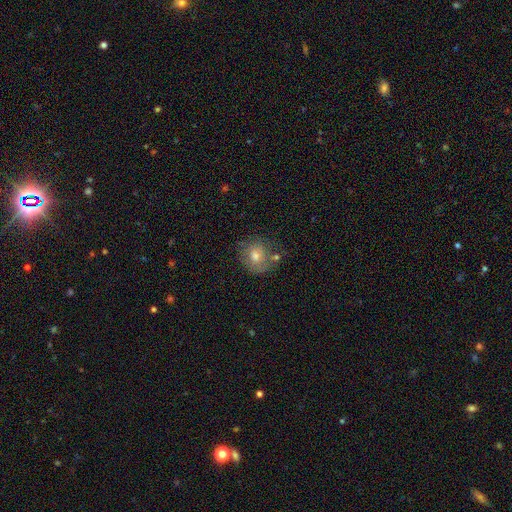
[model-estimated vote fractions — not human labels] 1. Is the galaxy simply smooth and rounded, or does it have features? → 62% smooth, 26% featured or disk, 13% star or artifact.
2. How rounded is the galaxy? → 82% round, 17% in between, 1% cigar-shaped.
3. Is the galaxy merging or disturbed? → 63% none, 21% minor disturbance, 8% major disturbance, 8% merger.